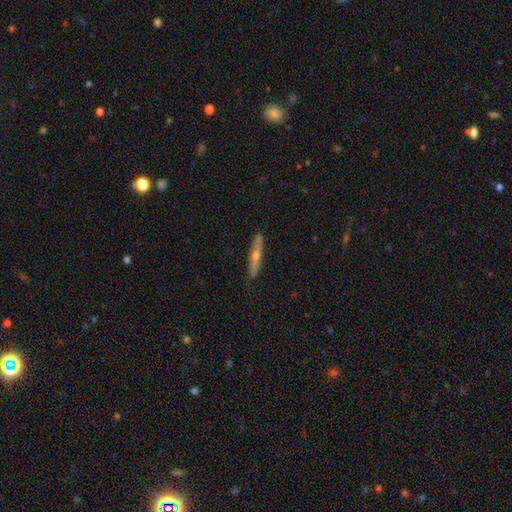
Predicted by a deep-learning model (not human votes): Smooth or featured? featured or disk (57%)
Edge-on disk? yes (90%)
Edge-on bulge? rounded (83%)
Merging? none (86%)